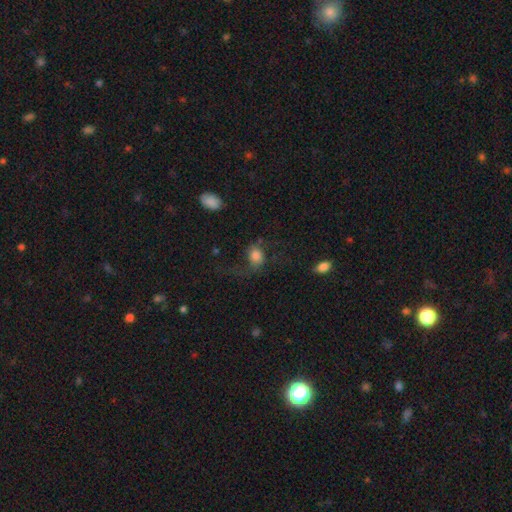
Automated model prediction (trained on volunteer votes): A smooth galaxy with no disk features (64%) that is round (53%).

Vote fractions:
- Smooth or featured? smooth: 64% / featured or disk: 25% / star or artifact: 11%
- How rounded? round: 53% / in between: 45% / cigar-shaped: 2%
- Merging? none: 41% / major disturbance: 37% / minor disturbance: 19% / merger: 4%